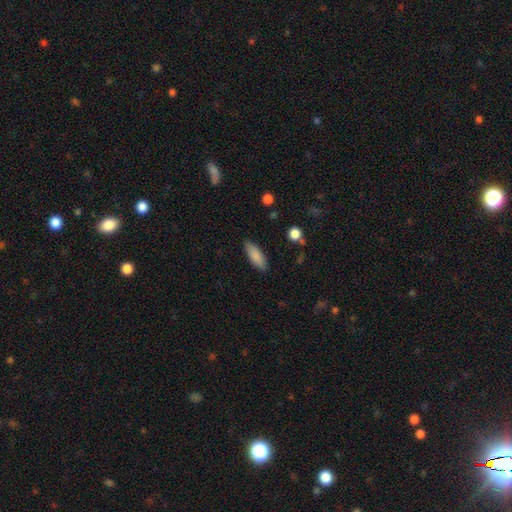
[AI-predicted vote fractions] Smooth or featured? Predicted: smooth (p=0.85). How rounded? Predicted: in between (p=0.65). Merging? Predicted: none (p=0.86).